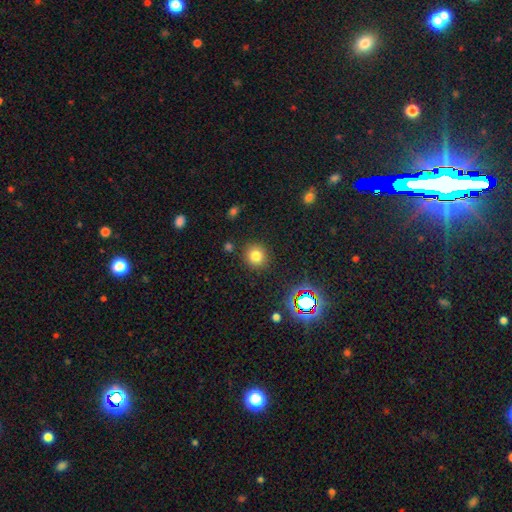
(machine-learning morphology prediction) smooth-or-featured: smooth: 76% | star or artifact: 17% | featured or disk: 7%
  how-rounded: round: 92% | in between: 7% | cigar-shaped: 1%
  merging: none: 88% | minor disturbance: 7% | major disturbance: 3% | merger: 2%